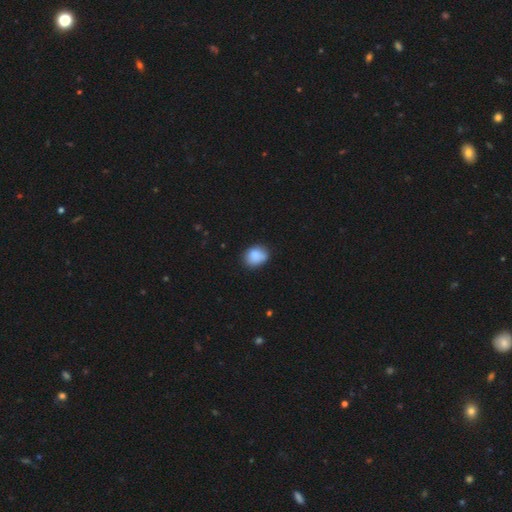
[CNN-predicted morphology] A smooth galaxy with no disk features (85%) that is round (53%). Merging: none (71%).